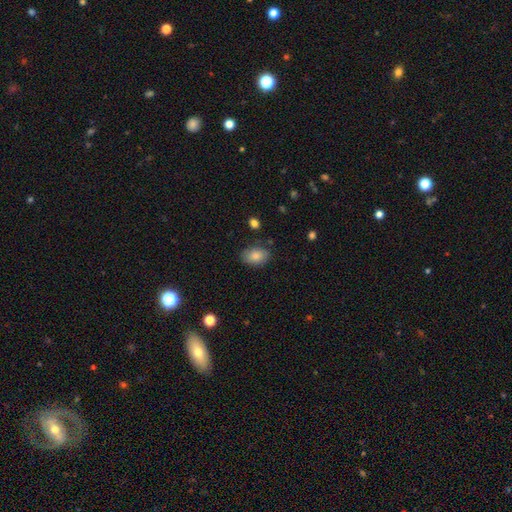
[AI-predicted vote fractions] A smooth galaxy with no disk features (84%) that is in between round and cigar-shaped (83%).

Vote fractions:
- Smooth or featured? smooth: 84% / featured or disk: 8% / star or artifact: 8%
- How rounded? in between: 83% / round: 16% / cigar-shaped: 1%
- Merging? none: 79% / minor disturbance: 16% / major disturbance: 4% / merger: 2%